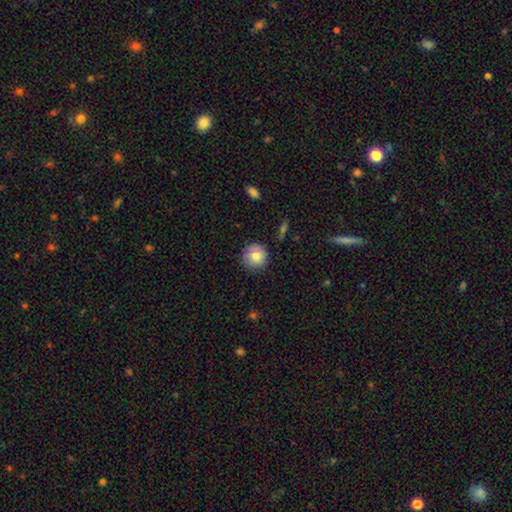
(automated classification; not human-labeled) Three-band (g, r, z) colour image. It shows a smooth galaxy with no disk features (81%) that is round (95%). Merging: none (86%).